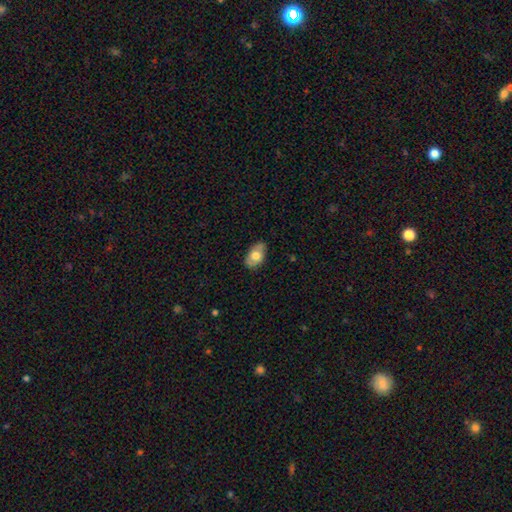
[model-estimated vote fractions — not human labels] This appears to be a smooth galaxy with no disk features (67%) that is in between round and cigar-shaped (90%). Merging: none (75%).